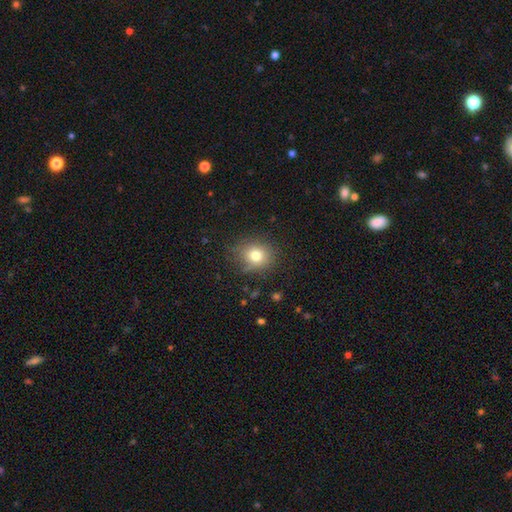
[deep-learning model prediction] Smooth or featured?
  - smooth: 77% *
  - star or artifact: 13%
  - featured or disk: 10%
How rounded?
  - round: 76% *
  - in between: 23%
  - cigar-shaped: 1%
Merging?
  - none: 79% *
  - minor disturbance: 15%
  - major disturbance: 5%
  - merger: 1%